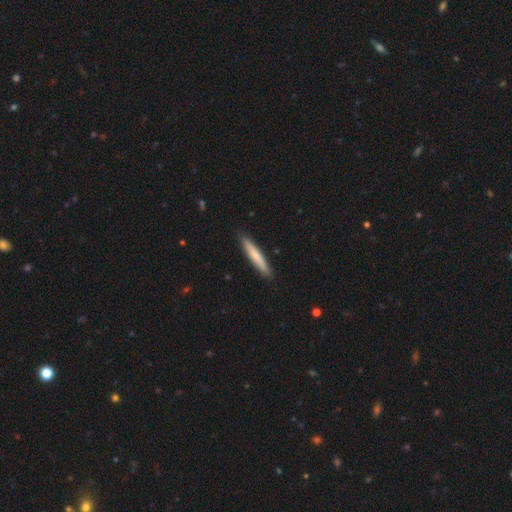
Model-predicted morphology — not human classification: A smooth galaxy with no disk features (73%) that is cigar-shaped (93%).

Vote fractions:
- Smooth or featured? smooth: 73% / featured or disk: 22% / star or artifact: 5%
- How rounded? cigar-shaped: 93% / in between: 6% / round: 1%
- Merging? none: 90% / minor disturbance: 8% / major disturbance: 1% / merger: 1%